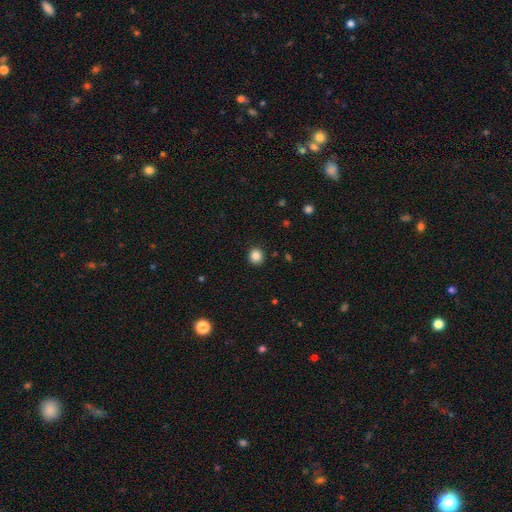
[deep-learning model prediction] smooth-or-featured: smooth: 85% | star or artifact: 11% | featured or disk: 4%
  how-rounded: round: 93% | in between: 6% | cigar-shaped: 1%
  merging: none: 92% | minor disturbance: 5% | major disturbance: 2% | merger: 1%